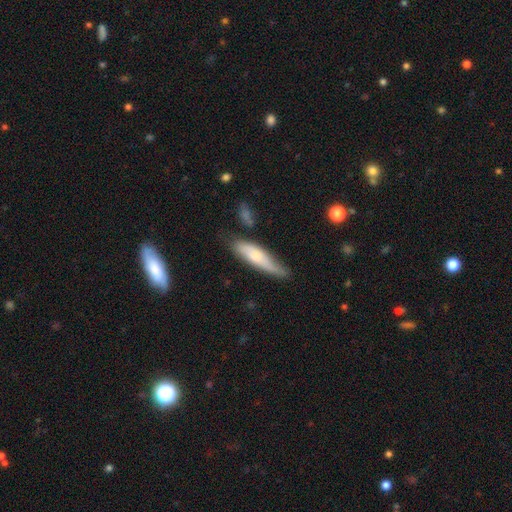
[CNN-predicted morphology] This is likely a smooth galaxy (63%). How rounded: likely cigar-shaped (68%). Merging: possibly none (51%).